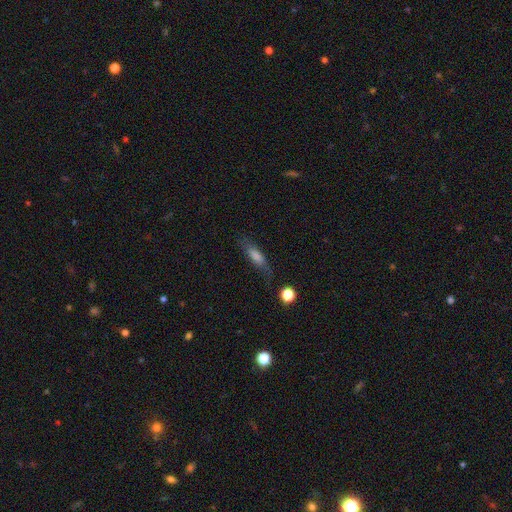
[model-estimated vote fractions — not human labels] Smooth or featured: smooth — 57% (featured or disk — 30%)
How rounded: cigar-shaped — 62% (in between — 34%)
Merging: none — 69% (minor disturbance — 19%)